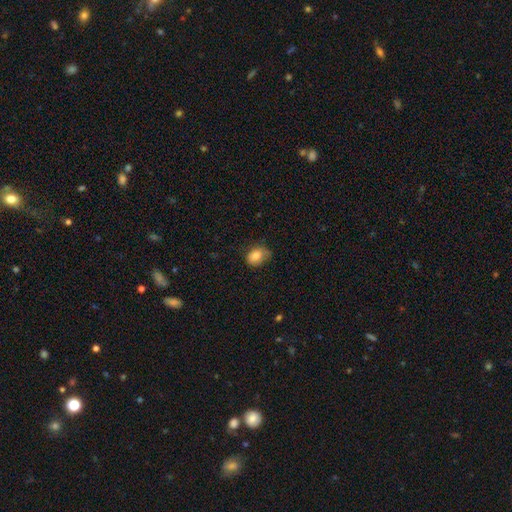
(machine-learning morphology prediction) A smooth galaxy with no disk features (81%) that is in between round and cigar-shaped (70%). Merging: none (59%).